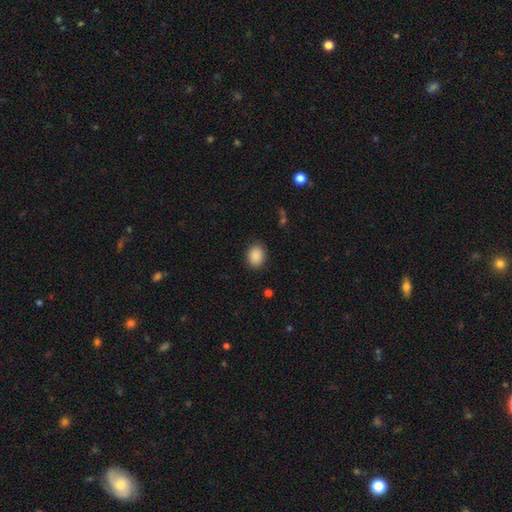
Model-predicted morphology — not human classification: Smooth or featured?
  - smooth: 89% *
  - star or artifact: 8%
  - featured or disk: 3%
How rounded?
  - in between: 55% *
  - round: 44%
  - cigar-shaped: 1%
Merging?
  - none: 87% *
  - minor disturbance: 9%
  - major disturbance: 3%
  - merger: 1%